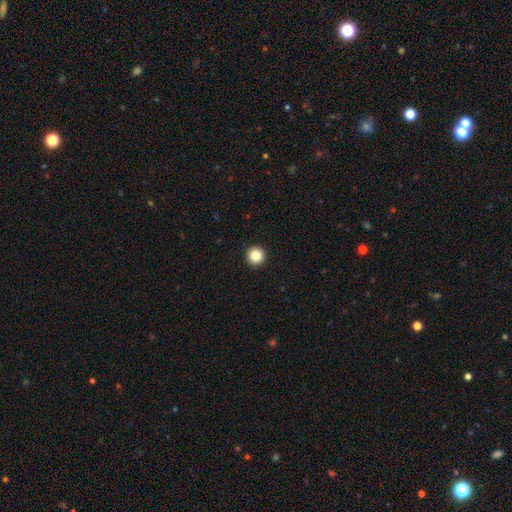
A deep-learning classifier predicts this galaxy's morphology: Smooth or featured? smooth (86%)
How rounded? round (96%)
Merging? none (94%)